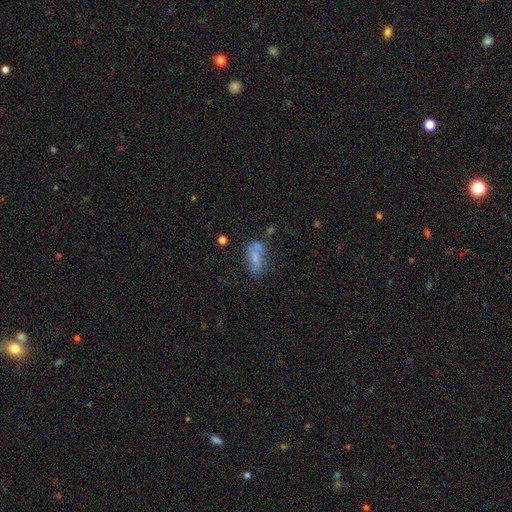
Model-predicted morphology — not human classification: A smooth galaxy with no disk features (59%) that is in between round and cigar-shaped (75%).

Vote fractions:
- Smooth or featured? smooth: 59% / featured or disk: 30% / star or artifact: 11%
- How rounded? in between: 75% / cigar-shaped: 20% / round: 4%
- Merging? none: 42% / minor disturbance: 24% / merger: 19% / major disturbance: 15%